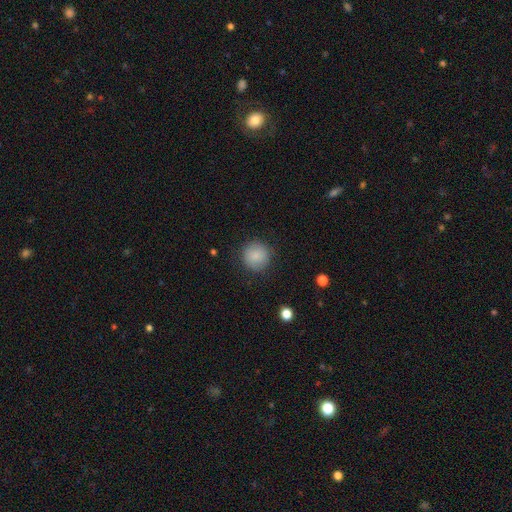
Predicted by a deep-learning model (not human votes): smooth_or_featured: smooth (p=0.87) [alt: star or artifact p=0.08]
how_rounded: round (p=0.94) [alt: in between p=0.05]
merging: none (p=0.87) [alt: minor disturbance p=0.09]